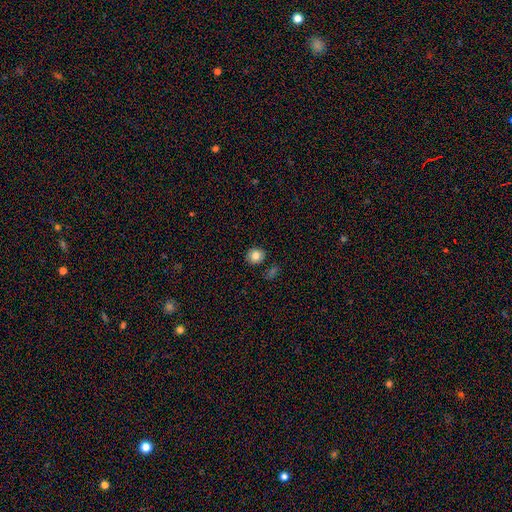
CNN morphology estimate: Smooth or featured? smooth (83%)
How rounded? round (81%)
Merging? none (86%)